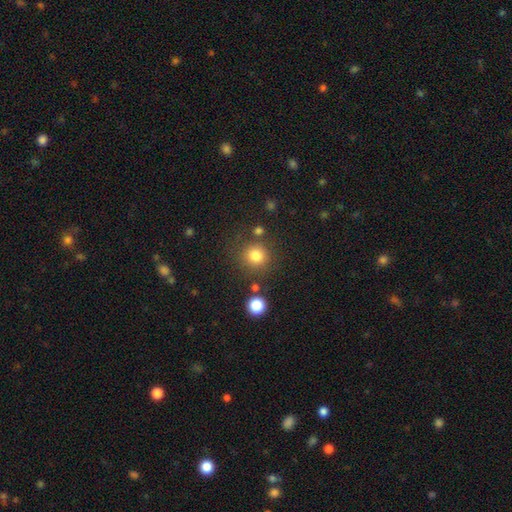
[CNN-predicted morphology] Overall: smooth (81%). How rounded: round (92%). Merging: none (80%).